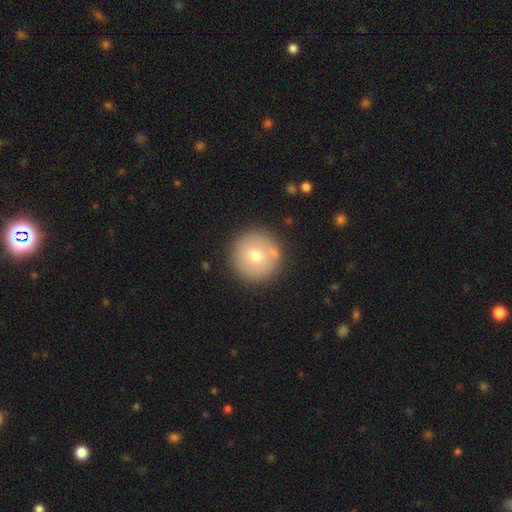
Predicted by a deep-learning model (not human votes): Morphology: type=smooth (68%); roundness=round (96%); merging=none (83%).